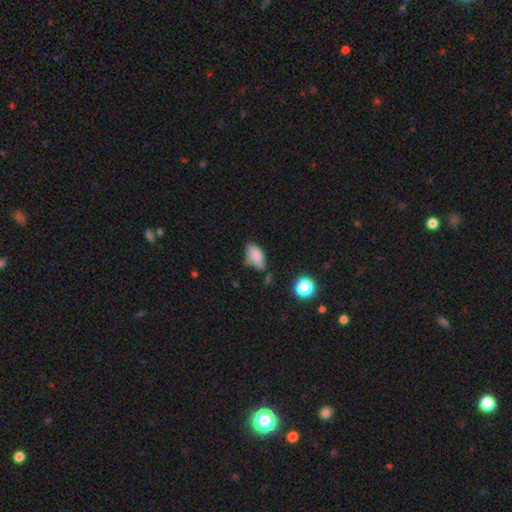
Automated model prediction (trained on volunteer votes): smooth_or_featured: smooth (p=0.78) [alt: featured or disk p=0.11]
how_rounded: in between (p=0.90) [alt: round p=0.07]
merging: none (p=0.43) [alt: minor disturbance p=0.38]